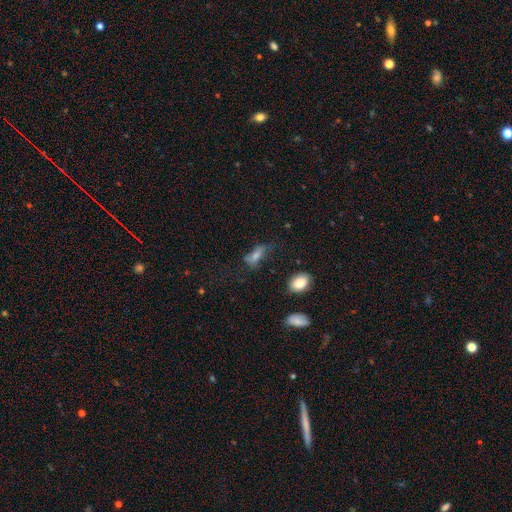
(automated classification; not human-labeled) A smooth galaxy with no disk features (67%) that is in between round and cigar-shaped (75%).

Vote fractions:
- Smooth or featured? smooth: 67% / featured or disk: 20% / star or artifact: 13%
- How rounded? in between: 75% / cigar-shaped: 18% / round: 8%
- Merging? none: 41% / minor disturbance: 28% / major disturbance: 25% / merger: 7%